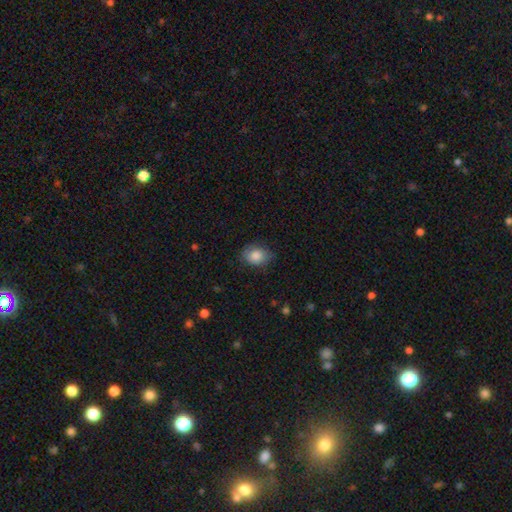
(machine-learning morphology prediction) Smooth or featured? smooth (84%)
How rounded? in between (63%)
Merging? none (74%)